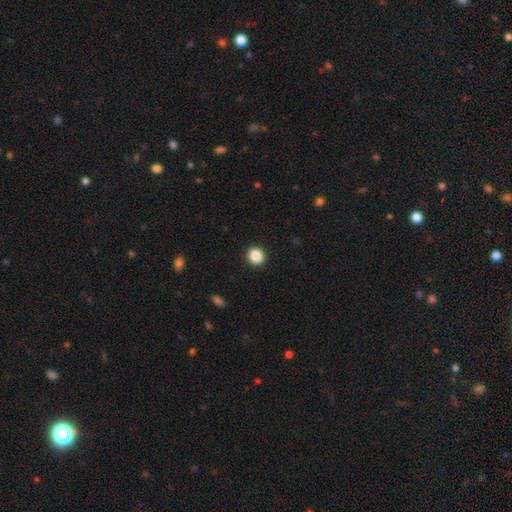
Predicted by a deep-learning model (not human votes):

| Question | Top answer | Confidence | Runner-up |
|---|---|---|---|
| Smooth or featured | smooth | 87% | star or artifact (10%) |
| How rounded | round | 75% | in between (24%) |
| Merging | none | 92% | minor disturbance (5%) |